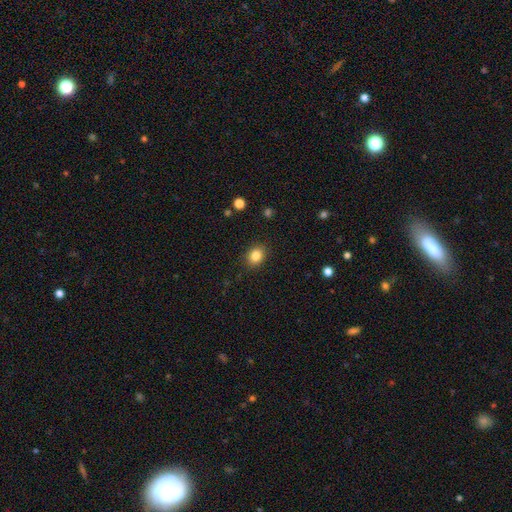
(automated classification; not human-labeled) smooth_or_featured: smooth (p=0.85) [alt: star or artifact p=0.10]
how_rounded: round (p=0.54) [alt: in between p=0.46]
merging: none (p=0.88) [alt: minor disturbance p=0.09]